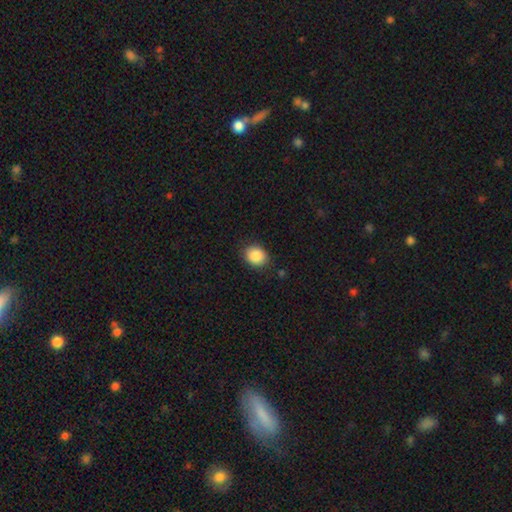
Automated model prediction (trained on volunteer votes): A smooth galaxy with no disk features (87%) that is round (59%). Merging: none (85%).